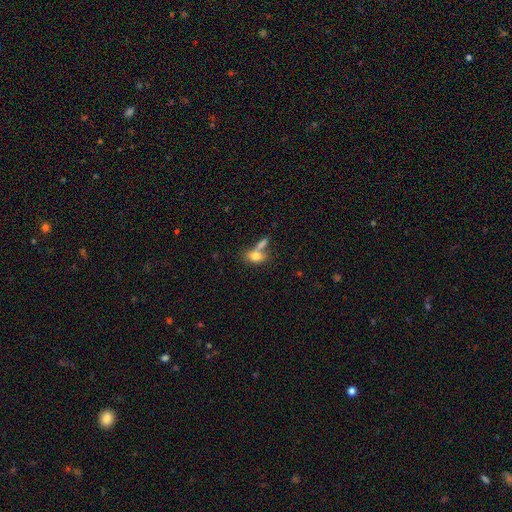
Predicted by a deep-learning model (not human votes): smooth 78%, featured or disk 14%, star or artifact 9%. Down the decision tree: how rounded — in between (81%); merging — merger (47%).